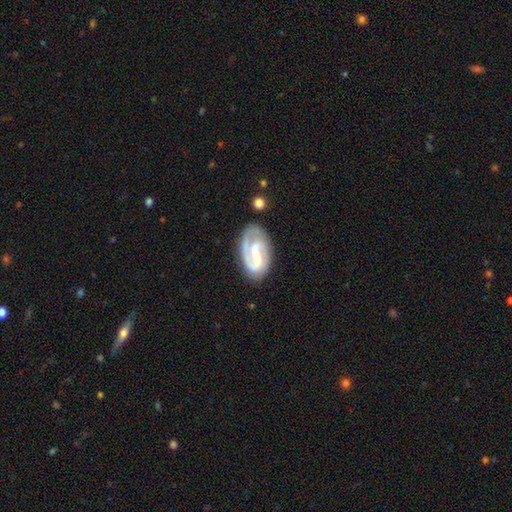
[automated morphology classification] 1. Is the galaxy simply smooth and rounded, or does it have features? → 84% featured or disk, 12% smooth, 5% star or artifact.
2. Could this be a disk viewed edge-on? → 97% no, 3% yes.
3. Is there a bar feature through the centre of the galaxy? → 45% weak, 40% strong, 15% no.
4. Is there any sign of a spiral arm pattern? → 94% yes, 6% no.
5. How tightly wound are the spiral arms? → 45% medium, 36% tight, 18% loose.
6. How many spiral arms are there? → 65% 2, 24% 1, 6% can't tell, 2% 3, 1% 4, 1% more than 4.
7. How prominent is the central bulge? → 40% moderate, 39% small, 12% none, 7% large, 1% dominant.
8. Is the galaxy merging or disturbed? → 67% none, 19% minor disturbance, 10% major disturbance, 3% merger.